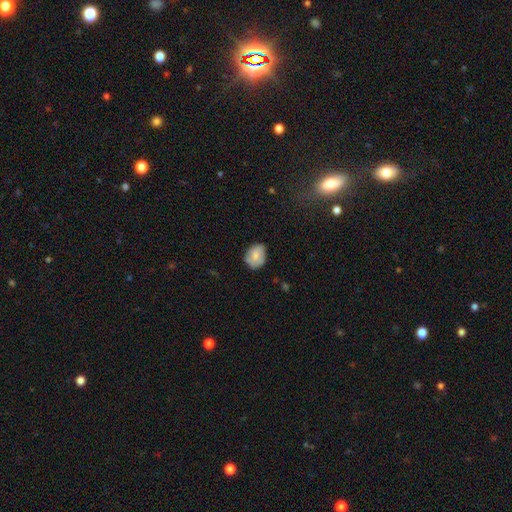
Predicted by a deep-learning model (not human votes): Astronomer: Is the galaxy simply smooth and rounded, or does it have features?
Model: smooth — 72%.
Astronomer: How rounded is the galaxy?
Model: round — 50% (runner-up: in between, 49%).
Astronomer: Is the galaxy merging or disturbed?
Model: none — 66%.